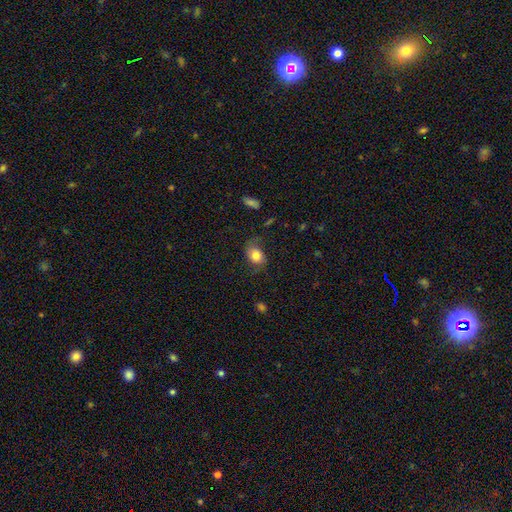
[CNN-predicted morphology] A smooth galaxy with no disk features (70%) that is in between round and cigar-shaped (69%). Merging: none (61%).